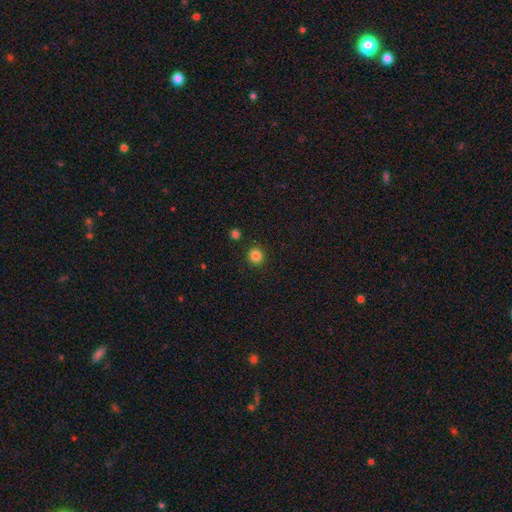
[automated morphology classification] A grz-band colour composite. It shows a smooth galaxy with no disk features (84%) that is round (91%). Merging: none (90%).